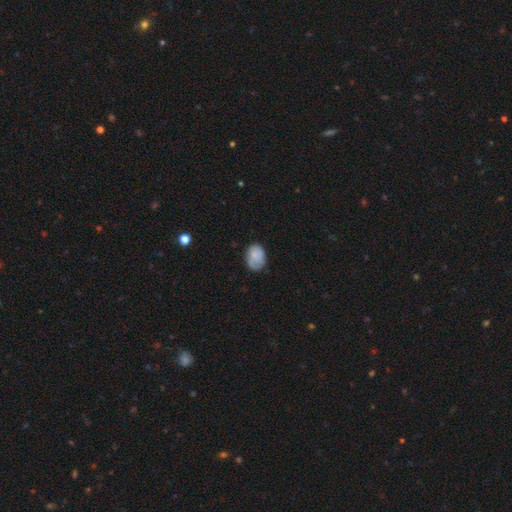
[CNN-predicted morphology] Q: Smooth or featured?
A: smooth (74%); runner-up: featured or disk (18%)
Q: How rounded?
A: in between (72%); runner-up: round (27%)
Q: Merging?
A: none (61%); runner-up: minor disturbance (28%)